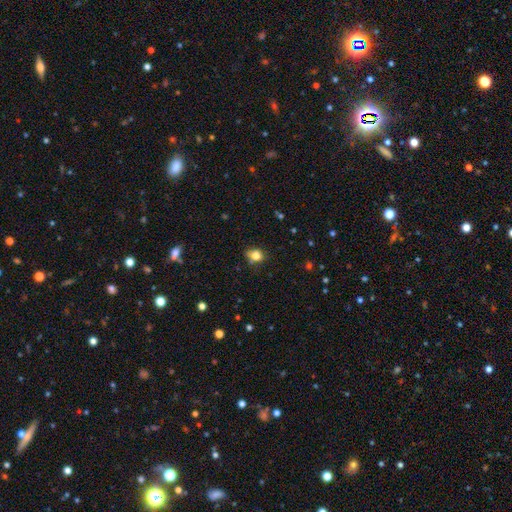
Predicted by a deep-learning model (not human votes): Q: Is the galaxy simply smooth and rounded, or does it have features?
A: smooth — 80%.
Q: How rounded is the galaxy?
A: round — 58%.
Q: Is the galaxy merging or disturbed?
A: none — 64%.